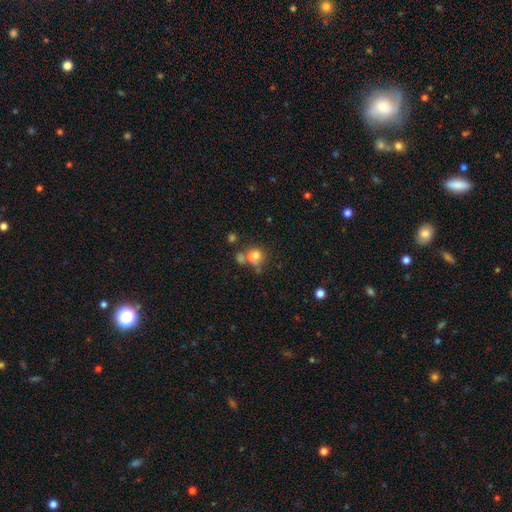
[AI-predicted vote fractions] A smooth galaxy with no disk features (64%) that is round (65%). Merging: merger (51%).